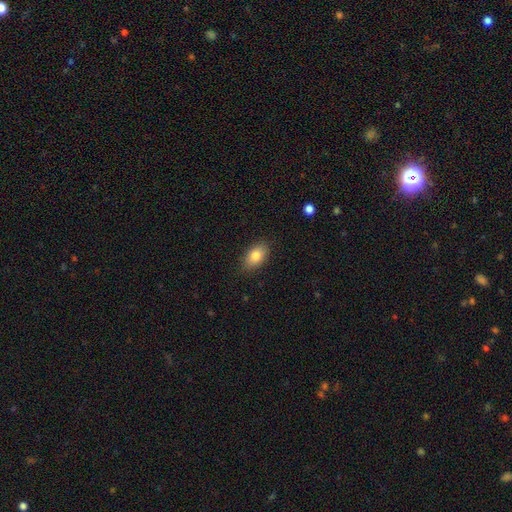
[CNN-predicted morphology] Smooth or featured? smooth (82%)
How rounded? in between (89%)
Merging? none (85%)